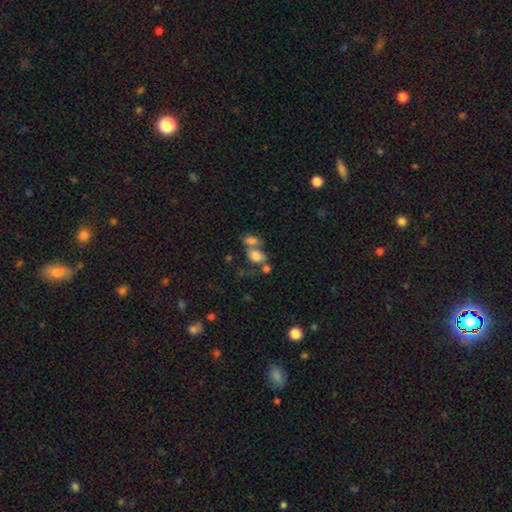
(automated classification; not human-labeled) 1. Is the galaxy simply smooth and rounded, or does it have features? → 75% smooth, 13% featured or disk, 12% star or artifact.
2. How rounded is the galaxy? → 64% in between, 34% round, 2% cigar-shaped.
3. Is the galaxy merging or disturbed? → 51% merger, 30% none, 11% minor disturbance, 9% major disturbance.